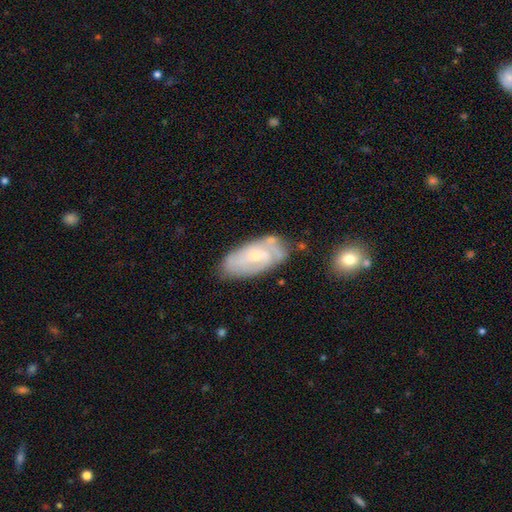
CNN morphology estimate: A featured or disk galaxy (66%) with no bar (55%), tight (55%) spiral arms (82%) and a small central bulge (65%). Merging: none (62%).